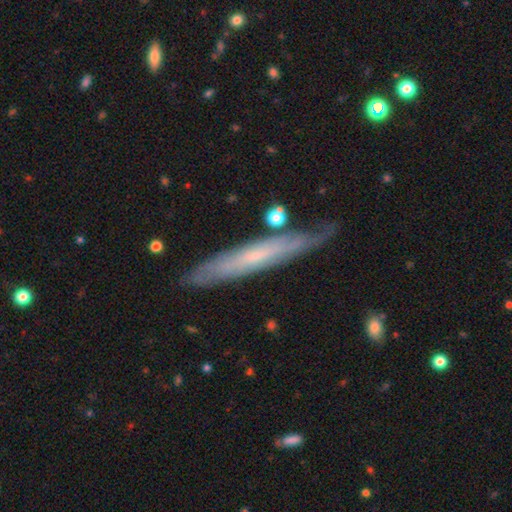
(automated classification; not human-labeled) smooth-or-featured: featured or disk: 60% | smooth: 34% | star or artifact: 6%
  disk-edge-on: yes: 76% | no: 24%
  merging: none: 76% | minor disturbance: 17% | major disturbance: 4% | merger: 3%